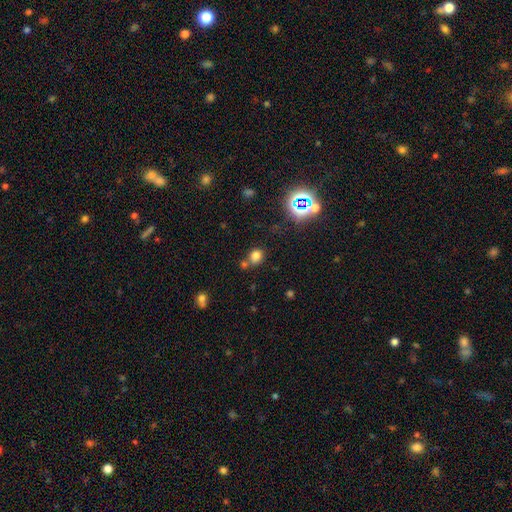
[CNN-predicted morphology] smooth_or_featured: smooth (p=0.74) [alt: star or artifact p=0.19]
how_rounded: round (p=0.71) [alt: in between p=0.28]
merging: none (p=0.63) [alt: merger p=0.21]